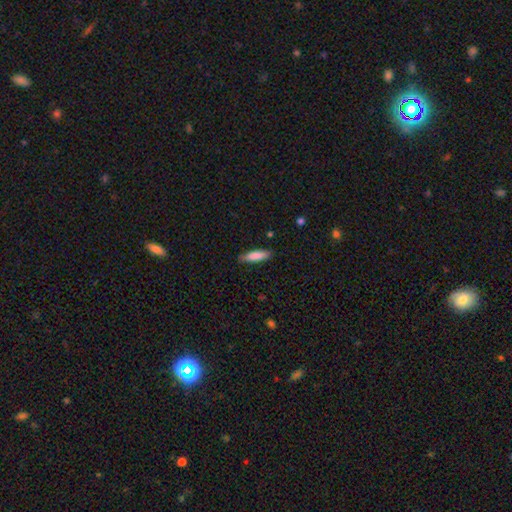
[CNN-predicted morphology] Smooth or featured? Predicted: smooth (p=0.84). How rounded? Predicted: cigar-shaped (p=0.65). Merging? Predicted: none (p=0.85).